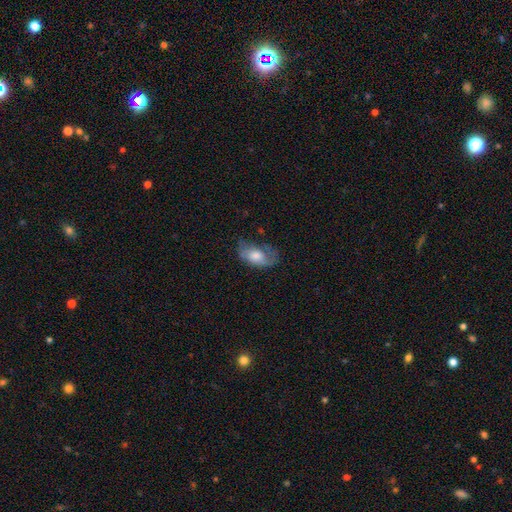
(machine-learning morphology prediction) Smooth or featured? Predicted: smooth (p=0.50). Merging? Predicted: none (p=0.43).